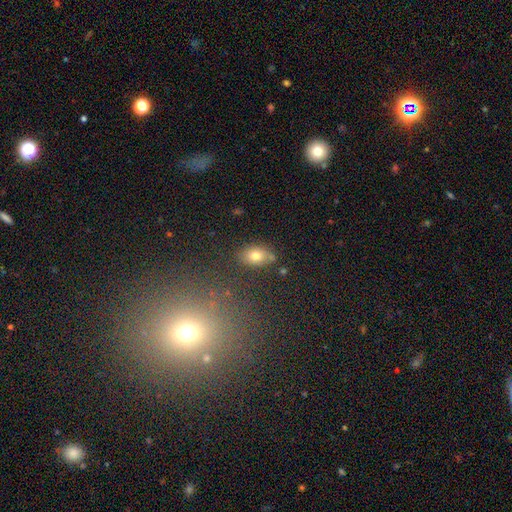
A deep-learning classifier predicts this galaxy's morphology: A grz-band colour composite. It shows a smooth galaxy with no disk features (76%) that is in between round and cigar-shaped (81%). Merging: none (76%).